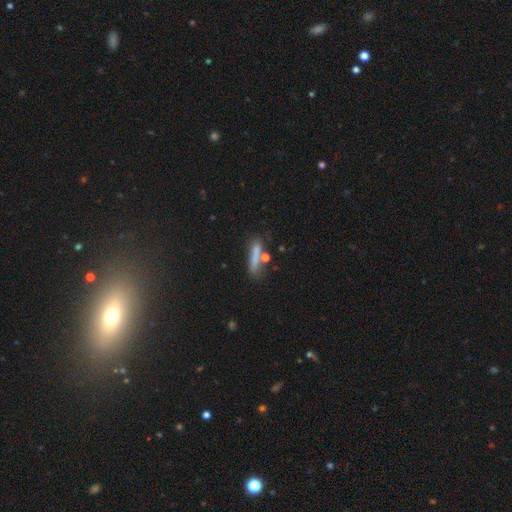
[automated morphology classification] Smooth or featured?
  - smooth: 72% *
  - featured or disk: 18%
  - star or artifact: 10%
How rounded?
  - cigar-shaped: 80% *
  - in between: 15%
  - round: 5%
Merging?
  - none: 61% *
  - minor disturbance: 17%
  - merger: 14%
  - major disturbance: 8%